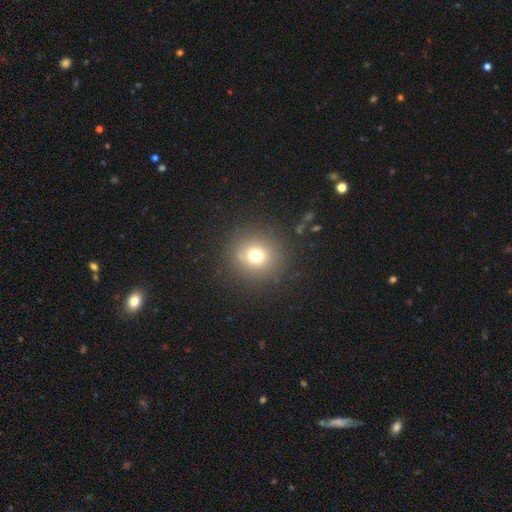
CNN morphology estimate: Smooth or featured? smooth (71%)
How rounded? round (91%)
Merging? none (87%)